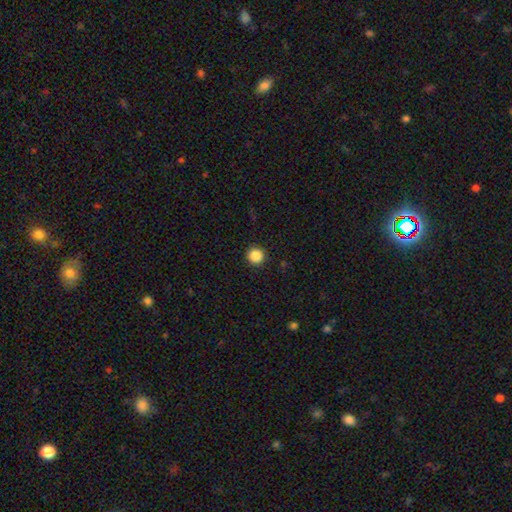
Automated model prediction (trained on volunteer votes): smooth-or-featured: smooth: 87% | star or artifact: 10% | featured or disk: 3%
  how-rounded: round: 96% | in between: 3% | cigar-shaped: 1%
  merging: none: 93% | minor disturbance: 5% | major disturbance: 2% | merger: 1%